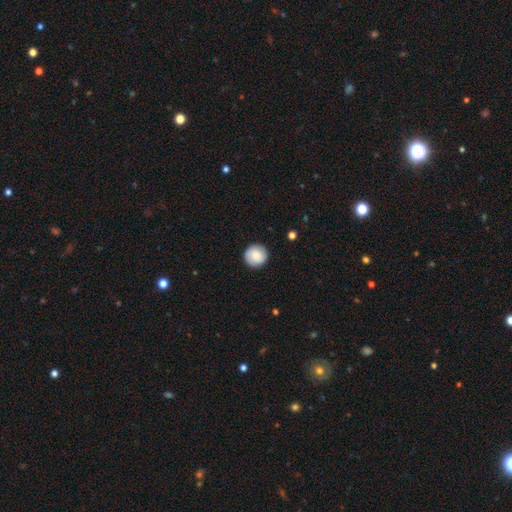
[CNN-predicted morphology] Q: Smooth or featured?
A: smooth (83%); runner-up: featured or disk (10%)
Q: How rounded?
A: round (95%); runner-up: in between (4%)
Q: Merging?
A: none (90%); runner-up: minor disturbance (7%)